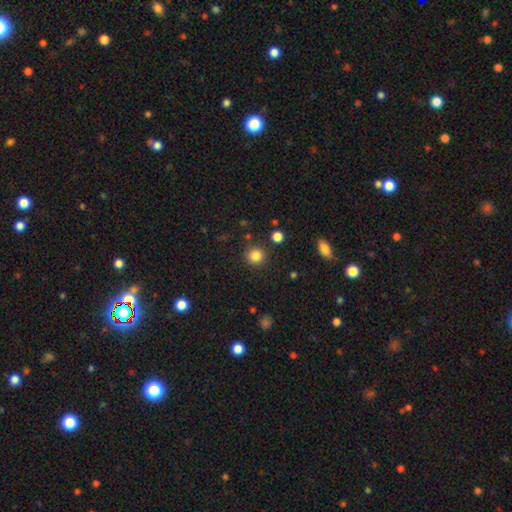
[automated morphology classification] smooth_or_featured: smooth (p=0.83) [alt: star or artifact p=0.12]
how_rounded: round (p=0.91) [alt: in between p=0.08]
merging: none (p=0.88) [alt: minor disturbance p=0.07]